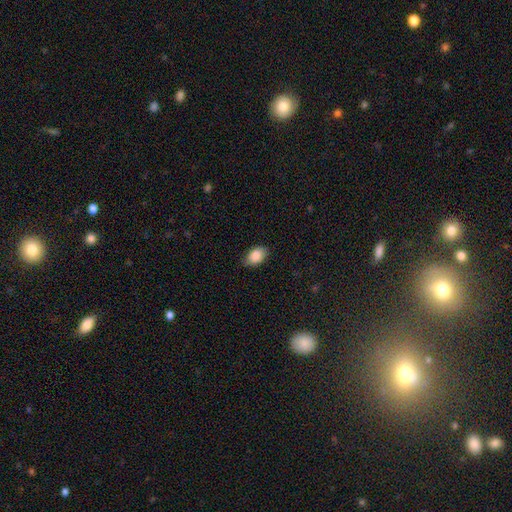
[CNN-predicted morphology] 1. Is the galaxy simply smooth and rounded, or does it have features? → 88% smooth, 7% star or artifact, 5% featured or disk.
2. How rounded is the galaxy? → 88% in between, 10% round, 1% cigar-shaped.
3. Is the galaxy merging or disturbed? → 80% none, 16% minor disturbance, 3% major disturbance, 1% merger.